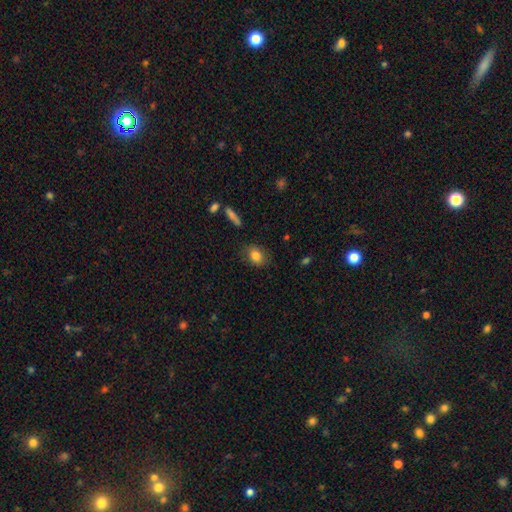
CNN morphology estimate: The model was most divided on "how rounded": in between: 70%, round: 28%, cigar-shaped: 2%. More confident: smooth or featured — smooth (82%); merging — none (81%).